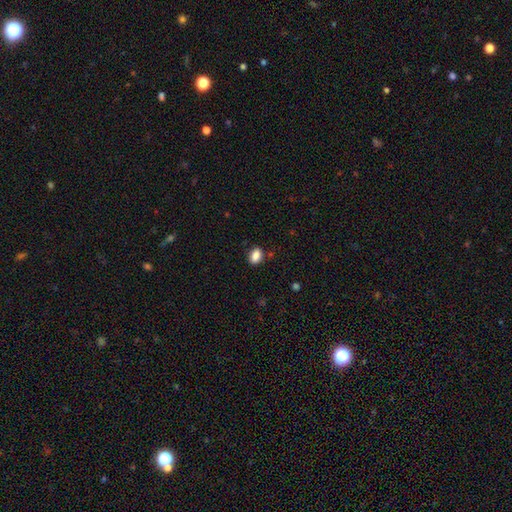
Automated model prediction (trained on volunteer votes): smooth_or_featured: smooth (p=0.88) [alt: star or artifact p=0.09]
how_rounded: in between (p=0.84) [alt: round p=0.14]
merging: none (p=0.84) [alt: minor disturbance p=0.11]